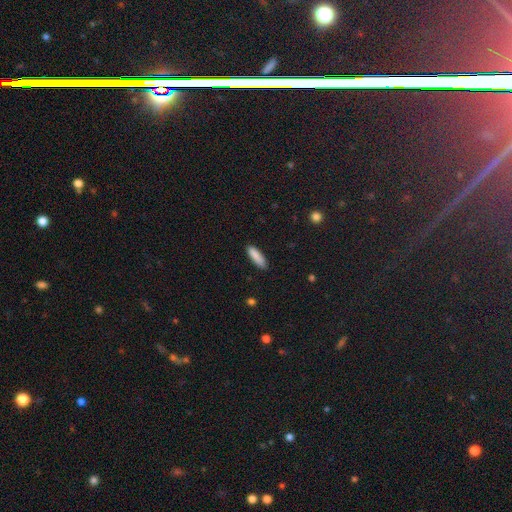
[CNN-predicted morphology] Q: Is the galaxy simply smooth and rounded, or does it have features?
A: smooth — 88%.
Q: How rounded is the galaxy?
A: cigar-shaped — 59%.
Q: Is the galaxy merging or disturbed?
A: none — 87%.